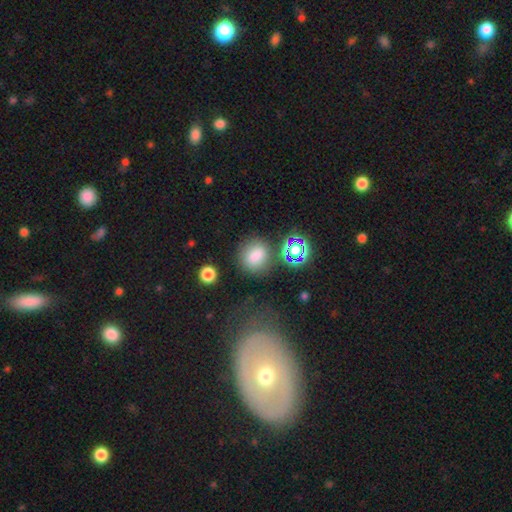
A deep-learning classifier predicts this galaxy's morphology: The model was most divided on "how rounded": round: 66%, in between: 33%, cigar-shaped: 2%. More confident: smooth or featured — smooth (77%); merging — none (73%).